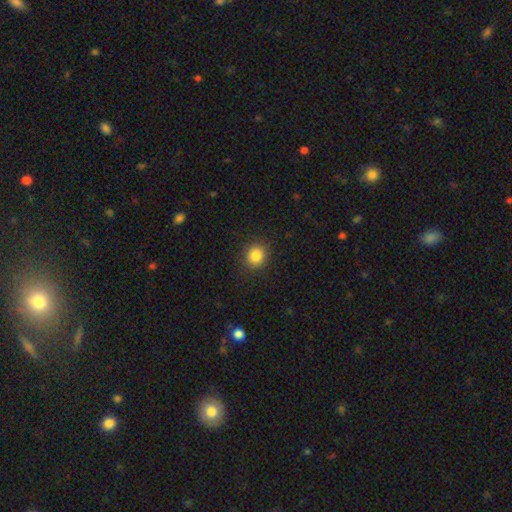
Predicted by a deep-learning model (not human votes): smooth 85%, star or artifact 11%, featured or disk 5%. Down the decision tree: how rounded — round (84%); merging — none (89%).